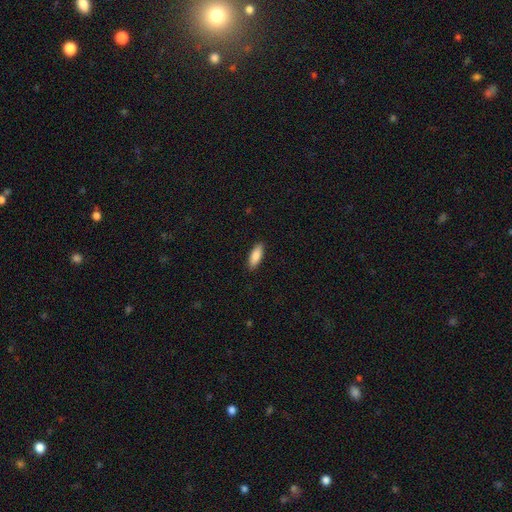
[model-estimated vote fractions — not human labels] Q: Smooth or featured?
A: smooth (87%); runner-up: featured or disk (7%)
Q: How rounded?
A: in between (71%); runner-up: cigar-shaped (27%)
Q: Merging?
A: none (89%); runner-up: minor disturbance (8%)